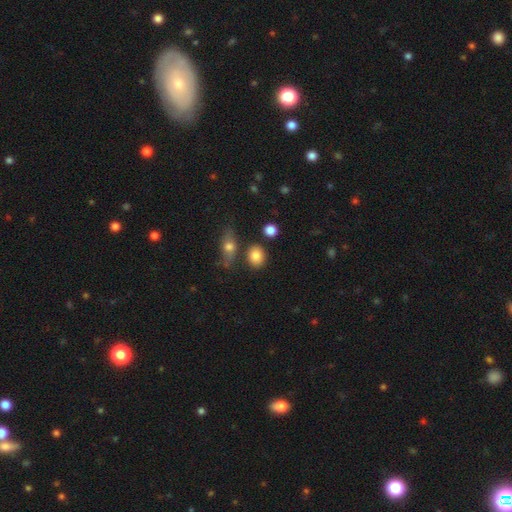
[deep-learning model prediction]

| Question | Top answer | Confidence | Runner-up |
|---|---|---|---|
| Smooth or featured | smooth | 83% | star or artifact (9%) |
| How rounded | in between | 51% | round (47%) |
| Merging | none | 76% | minor disturbance (11%) |